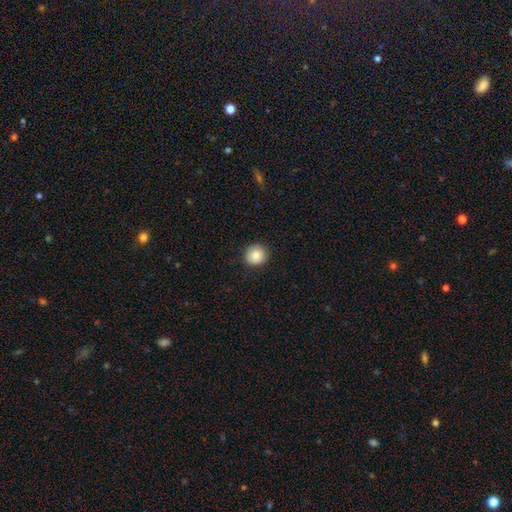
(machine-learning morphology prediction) Q: Smooth or featured?
A: smooth (87%); runner-up: star or artifact (8%)
Q: How rounded?
A: round (92%); runner-up: in between (7%)
Q: Merging?
A: none (90%); runner-up: minor disturbance (7%)